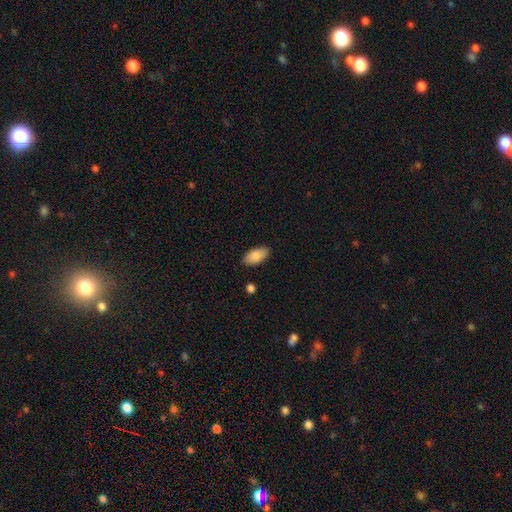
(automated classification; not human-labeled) Smooth or featured? Predicted: smooth (p=0.86). How rounded? Predicted: in between (p=0.93). Merging? Predicted: none (p=0.86).